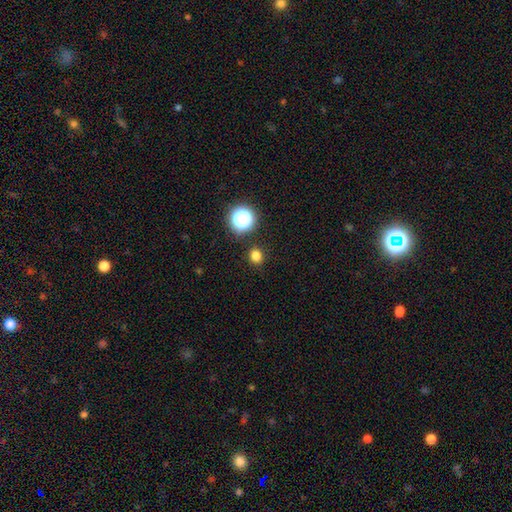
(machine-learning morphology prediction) smooth_or_featured: smooth (p=0.78) [alt: star or artifact p=0.18]
how_rounded: round (p=0.82) [alt: in between p=0.17]
merging: none (p=0.89) [alt: minor disturbance p=0.06]